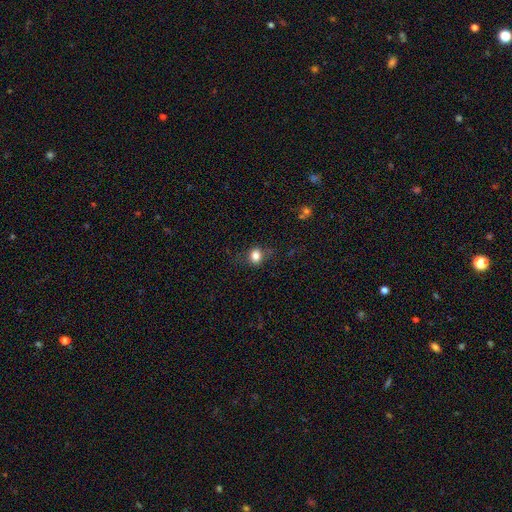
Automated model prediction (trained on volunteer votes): The model was most divided on "how rounded": round: 64%, in between: 35%, cigar-shaped: 1%. More confident: smooth or featured — smooth (82%); merging — none (75%).